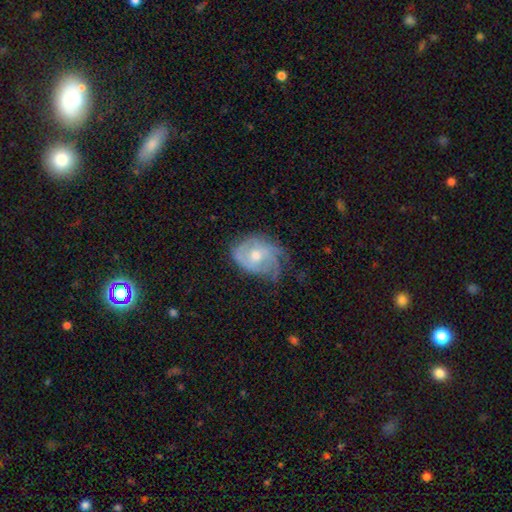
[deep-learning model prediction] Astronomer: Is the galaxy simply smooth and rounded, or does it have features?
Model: featured or disk — 72%.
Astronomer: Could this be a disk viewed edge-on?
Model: no — 97%.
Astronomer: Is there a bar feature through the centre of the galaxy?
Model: no — 69%.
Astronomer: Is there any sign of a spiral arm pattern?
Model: yes — 85%.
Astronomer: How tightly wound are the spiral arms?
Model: tight — 50% (runner-up: medium, 35%).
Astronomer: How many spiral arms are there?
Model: can't tell — 39% (runner-up: 3, 21%).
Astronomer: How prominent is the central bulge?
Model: moderate — 69%.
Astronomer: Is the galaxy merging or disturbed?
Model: none — 45% (runner-up: minor disturbance, 33%).